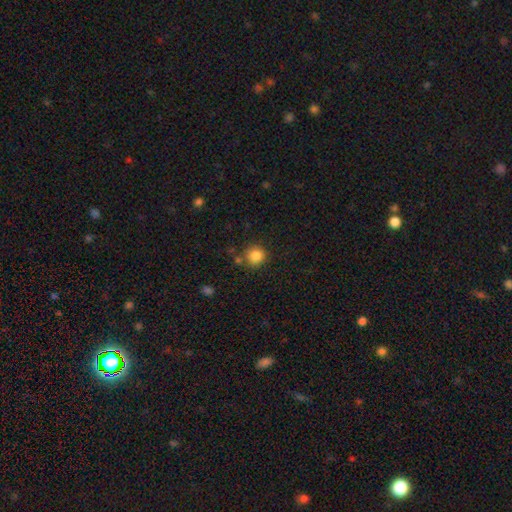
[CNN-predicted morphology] Overall: smooth (85%). How rounded: round (89%). Merging: none (77%).